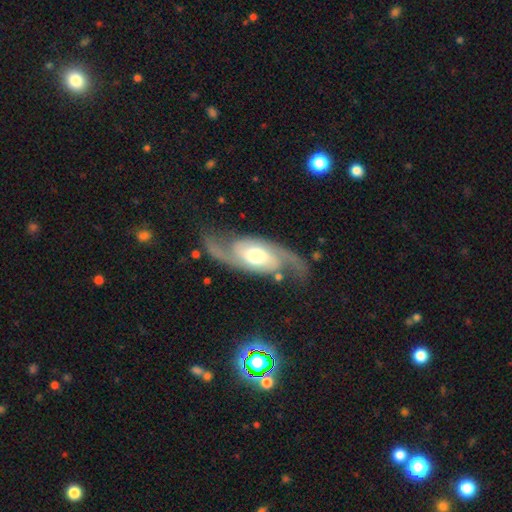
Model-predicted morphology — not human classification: The model was most divided on "spiral winding": loose: 44%, medium: 42%, tight: 14%. More confident: spiral arms — yes (97%); edge-on disk — no (95%); spiral arm count — 2 (93%); smooth or featured — featured or disk (89%); merging — none (74%); bulge size — moderate (61%); bar — no (57%).